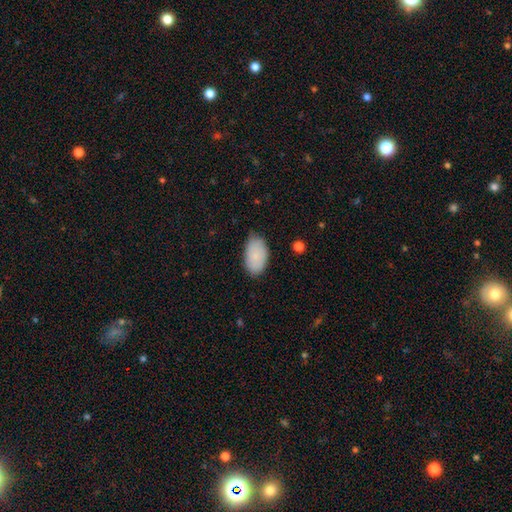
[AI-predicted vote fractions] Smooth or featured?
  - smooth: 83% *
  - featured or disk: 11%
  - star or artifact: 6%
How rounded?
  - in between: 94% *
  - round: 4%
  - cigar-shaped: 1%
Merging?
  - none: 74% *
  - minor disturbance: 21%
  - major disturbance: 4%
  - merger: 1%